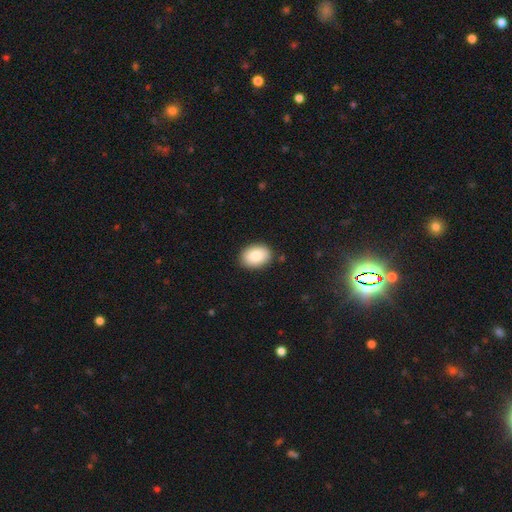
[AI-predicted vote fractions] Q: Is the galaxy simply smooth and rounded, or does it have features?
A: smooth — 85%.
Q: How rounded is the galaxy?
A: in between — 78%.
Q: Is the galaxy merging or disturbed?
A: none — 87%.